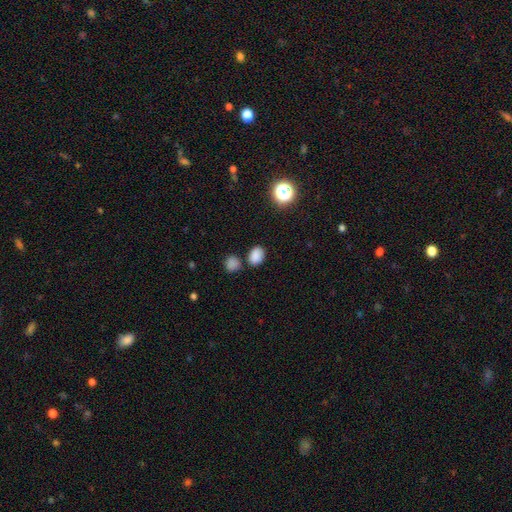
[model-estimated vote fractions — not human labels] The model was most divided on "how rounded": in between: 69%, round: 30%, cigar-shaped: 1%. More confident: smooth or featured — smooth (83%); merging — none (75%).